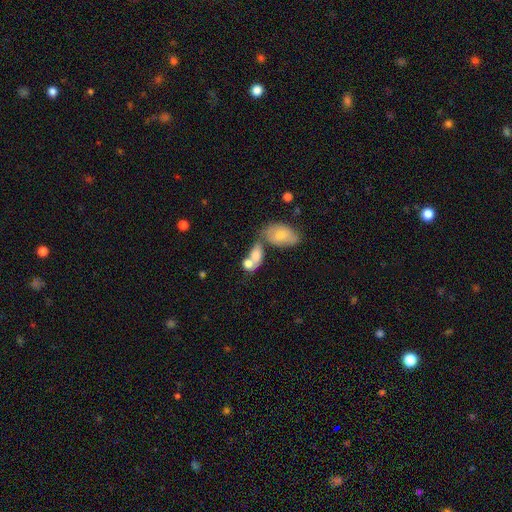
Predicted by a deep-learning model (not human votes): A smooth galaxy with no disk features (73%) that is in between round and cigar-shaped (76%).

Vote fractions:
- Smooth or featured? smooth: 73% / featured or disk: 18% / star or artifact: 8%
- How rounded? in between: 76% / round: 20% / cigar-shaped: 4%
- Merging? merger: 57% / none: 24% / minor disturbance: 11% / major disturbance: 7%